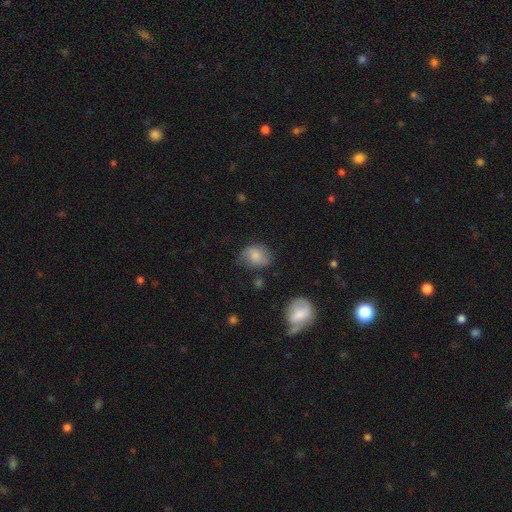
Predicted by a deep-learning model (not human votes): This is likely a smooth galaxy (64%). How rounded: possibly in between (55%). Merging: possibly none (56%).